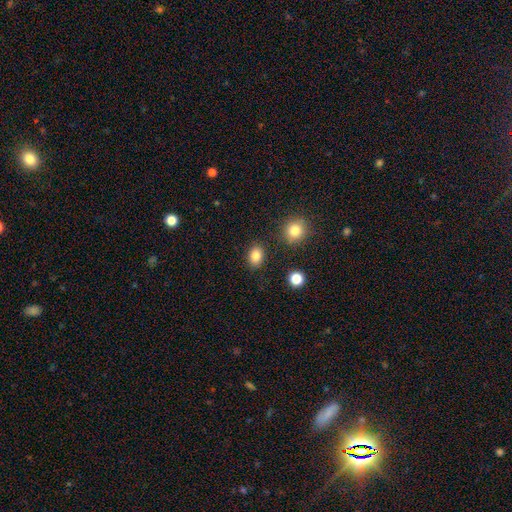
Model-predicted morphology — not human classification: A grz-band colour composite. It shows a smooth galaxy with no disk features (84%) that is in between round and cigar-shaped (66%). Merging: none (85%).